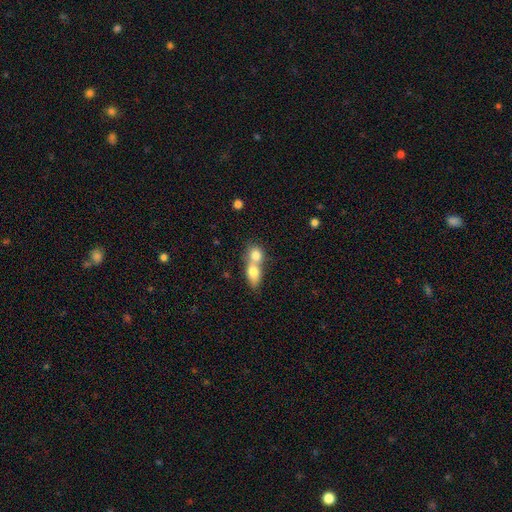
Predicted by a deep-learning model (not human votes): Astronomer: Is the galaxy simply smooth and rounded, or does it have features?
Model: smooth — 77%.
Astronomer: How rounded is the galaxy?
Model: round — 48%, tied with in between at 48%.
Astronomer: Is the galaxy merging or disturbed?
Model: merger — 74%.